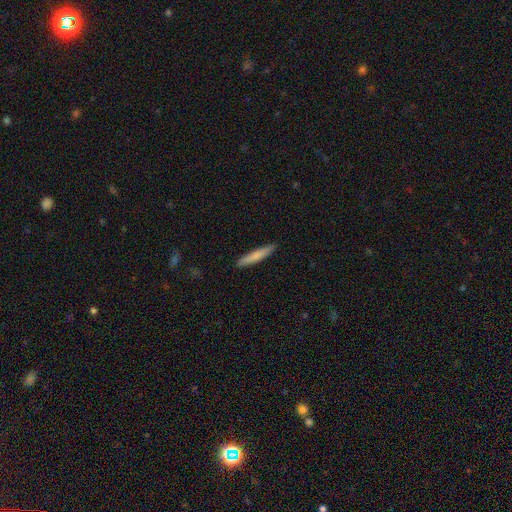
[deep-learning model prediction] This appears to be a smooth galaxy with no disk features (76%) that is cigar-shaped (93%). Merging: none (91%).